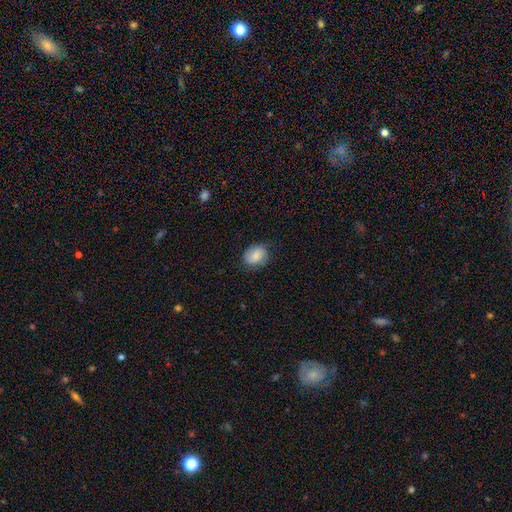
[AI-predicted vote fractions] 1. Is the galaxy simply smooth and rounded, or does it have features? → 78% smooth, 14% featured or disk, 8% star or artifact.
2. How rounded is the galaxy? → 61% in between, 38% round, 1% cigar-shaped.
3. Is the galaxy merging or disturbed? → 73% none, 20% minor disturbance, 5% major disturbance, 1% merger.